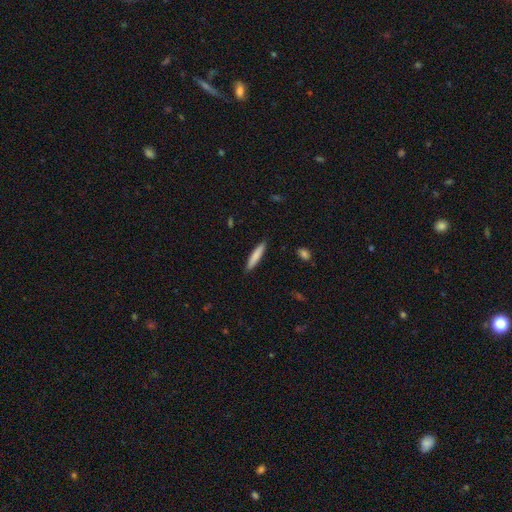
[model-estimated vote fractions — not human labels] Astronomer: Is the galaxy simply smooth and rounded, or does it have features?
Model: smooth — 81%.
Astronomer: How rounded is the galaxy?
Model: cigar-shaped — 90%.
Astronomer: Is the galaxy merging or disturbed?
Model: none — 90%.